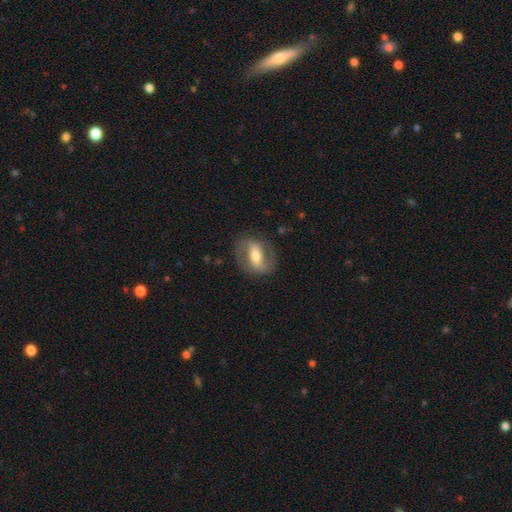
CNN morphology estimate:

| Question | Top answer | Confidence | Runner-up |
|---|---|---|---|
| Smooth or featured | featured or disk | 71% | smooth (23%) |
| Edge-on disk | no | 93% | yes (7%) |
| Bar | strong | 51% | weak (32%) |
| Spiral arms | yes | 79% | no (21%) |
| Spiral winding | medium | 48% | loose (29%) |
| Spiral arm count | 2 | 88% | can't tell (6%) |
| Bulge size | moderate | 62% | small (22%) |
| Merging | none | 80% | minor disturbance (12%) |